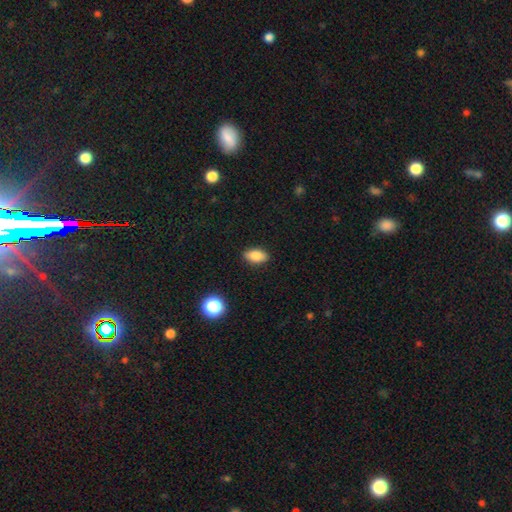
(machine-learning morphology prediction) Smooth or featured: smooth — 83% (star or artifact — 9%)
How rounded: in between — 89% (round — 7%)
Merging: none — 88% (minor disturbance — 9%)